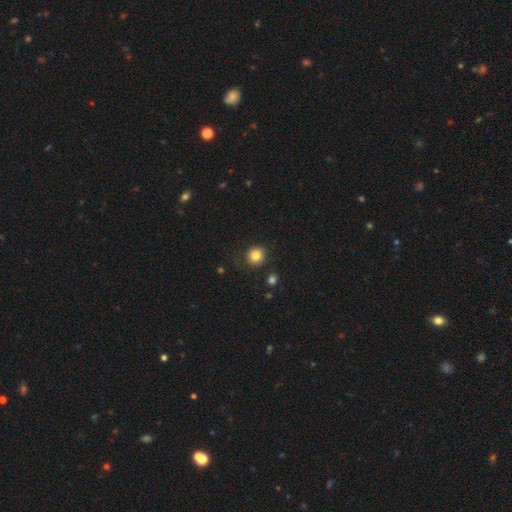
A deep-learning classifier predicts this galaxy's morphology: This appears to be a smooth galaxy with no disk features (83%) that is round (90%). Merging: none (84%).